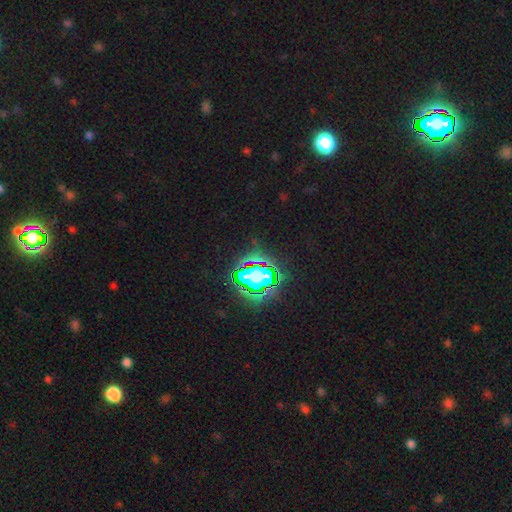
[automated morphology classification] A star or artifact, not a galaxy (79%).

Vote fractions:
- Smooth or featured? star or artifact: 79% / smooth: 13% / featured or disk: 7%